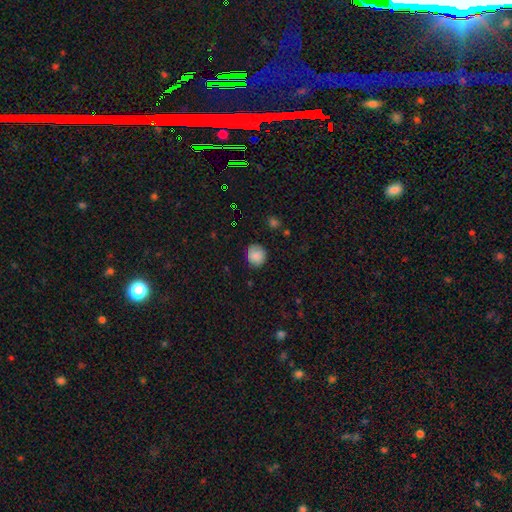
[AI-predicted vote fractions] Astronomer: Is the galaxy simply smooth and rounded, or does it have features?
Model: smooth — 84%.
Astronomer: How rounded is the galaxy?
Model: round — 87%.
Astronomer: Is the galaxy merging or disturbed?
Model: none — 82%.